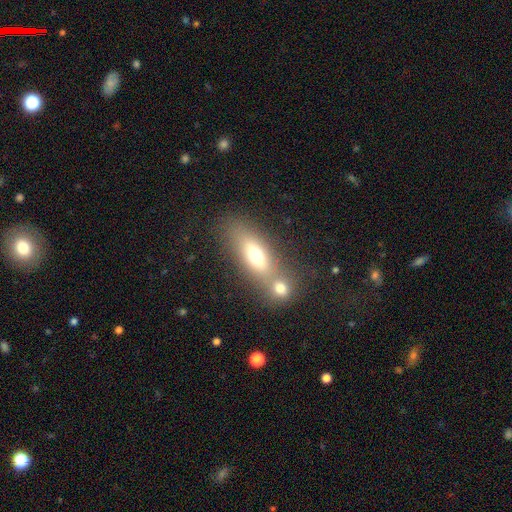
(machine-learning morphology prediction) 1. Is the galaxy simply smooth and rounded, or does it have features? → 64% smooth, 26% featured or disk, 10% star or artifact.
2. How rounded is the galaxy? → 68% in between, 24% cigar-shaped, 7% round.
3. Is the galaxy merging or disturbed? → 49% merger, 38% none, 9% minor disturbance, 4% major disturbance.